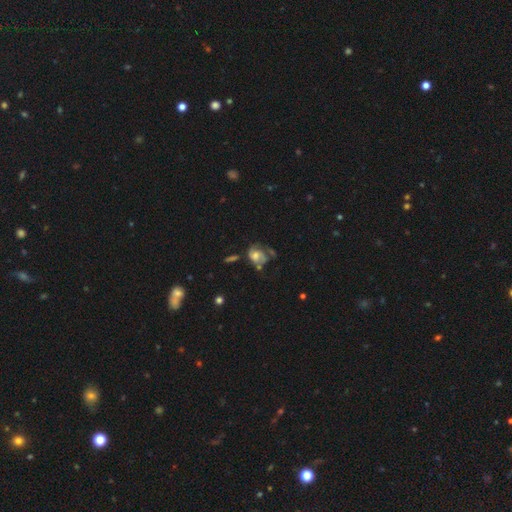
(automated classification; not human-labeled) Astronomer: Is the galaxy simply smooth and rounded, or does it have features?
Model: featured or disk — 58%.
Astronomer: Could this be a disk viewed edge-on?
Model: no — 97%.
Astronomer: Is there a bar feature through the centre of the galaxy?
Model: no — 73%.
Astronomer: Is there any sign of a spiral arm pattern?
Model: yes — 71%.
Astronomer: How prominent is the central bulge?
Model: moderate — 50%.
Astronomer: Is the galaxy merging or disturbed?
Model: none — 35% (runner-up: major disturbance, 29%).